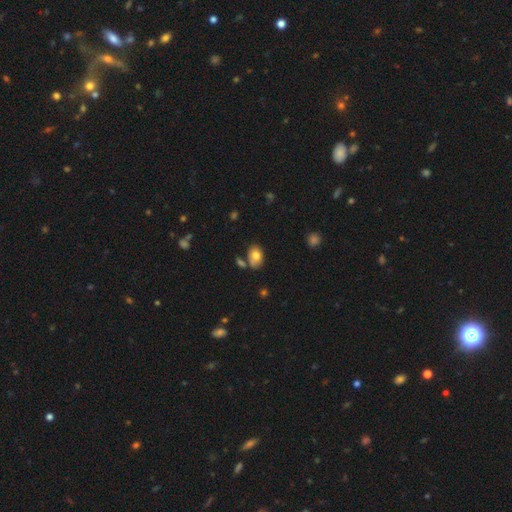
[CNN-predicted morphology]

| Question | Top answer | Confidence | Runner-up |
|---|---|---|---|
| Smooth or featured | smooth | 77% | featured or disk (14%) |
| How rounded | in between | 82% | round (17%) |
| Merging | none | 63% | minor disturbance (18%) |